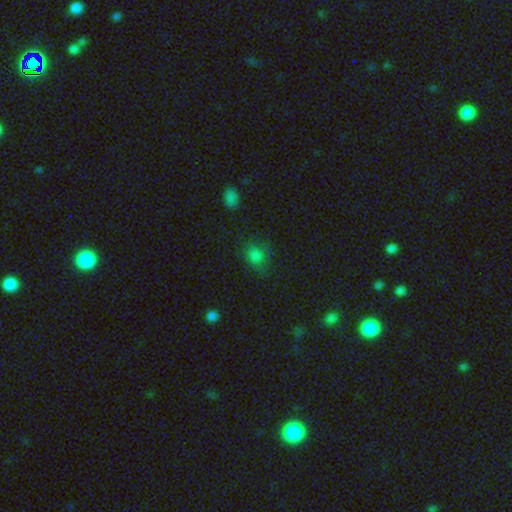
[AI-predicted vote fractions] A smooth galaxy with no disk features (76%) that is round (75%). Merging: none (68%).